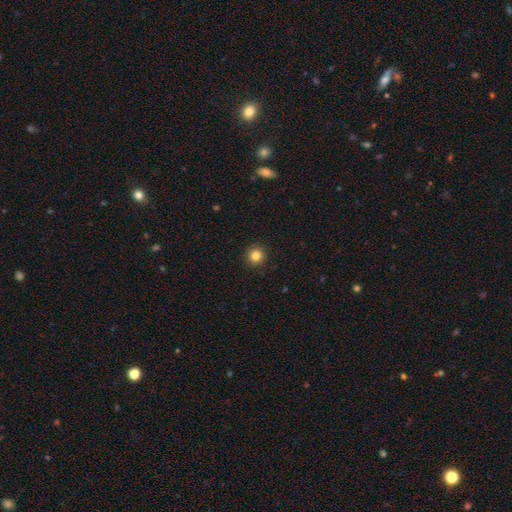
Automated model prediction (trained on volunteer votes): Overall: smooth (84%). How rounded: round (94%). Merging: none (93%).